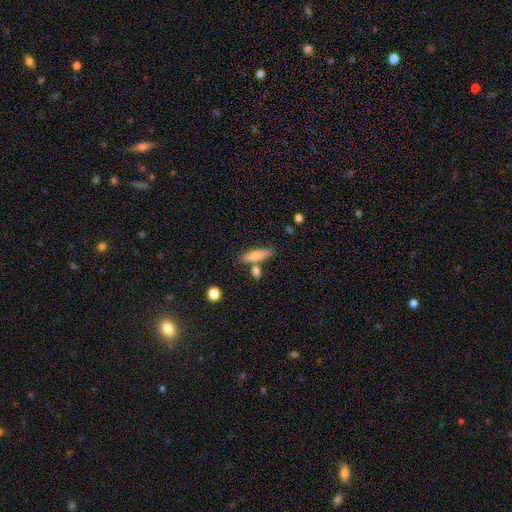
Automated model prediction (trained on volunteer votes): smooth-or-featured: smooth: 69% | featured or disk: 24% | star or artifact: 7%
  how-rounded: cigar-shaped: 65% | in between: 32% | round: 3%
  merging: none: 67% | merger: 16% | minor disturbance: 13% | major disturbance: 4%